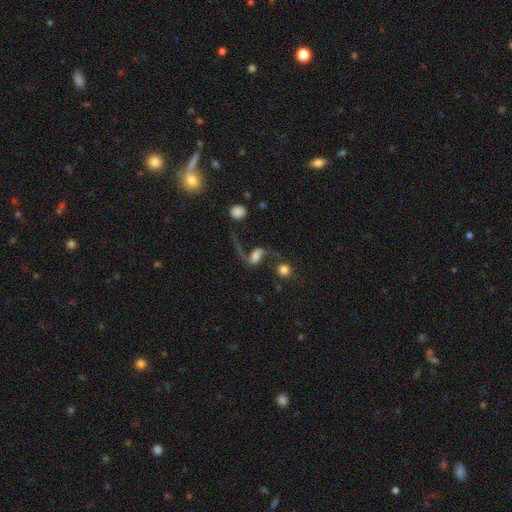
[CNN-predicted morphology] type=featured or disk (73%); edge-on=no (95%); bar=weak (40%); spiral arms=yes (92%); winding=loose (87%); arm count=2 (81%); bulge=moderate (36%); merging=none (46%).